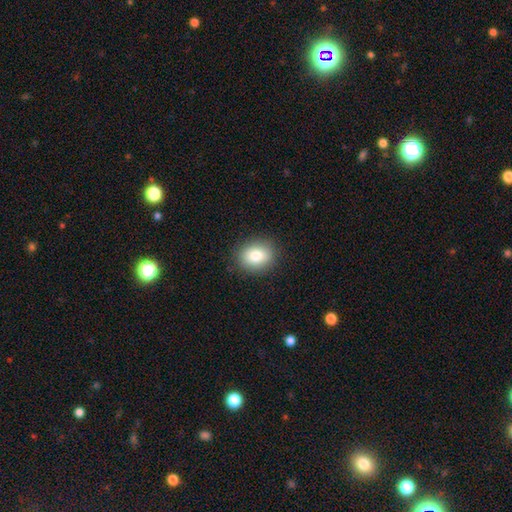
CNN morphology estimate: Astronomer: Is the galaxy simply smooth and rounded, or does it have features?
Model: smooth — 81%.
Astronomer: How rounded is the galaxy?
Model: round — 50% (runner-up: in between, 49%).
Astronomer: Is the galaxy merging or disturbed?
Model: none — 88%.